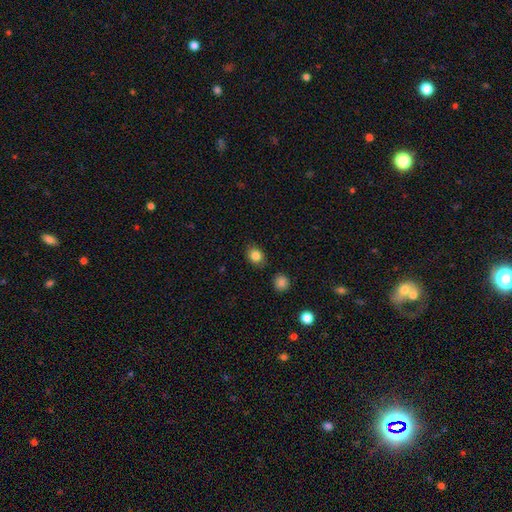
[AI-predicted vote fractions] Q: Smooth or featured?
A: smooth (84%); runner-up: star or artifact (10%)
Q: How rounded?
A: round (58%); runner-up: in between (41%)
Q: Merging?
A: none (84%); runner-up: minor disturbance (11%)